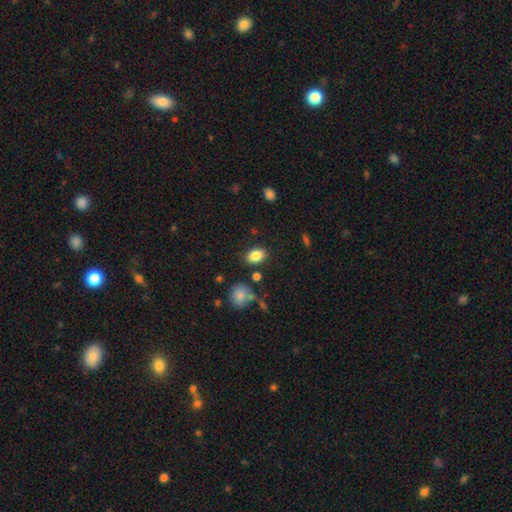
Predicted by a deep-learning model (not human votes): smooth_or_featured: smooth (p=0.84) [alt: star or artifact p=0.09]
how_rounded: in between (p=0.83) [alt: round p=0.16]
merging: none (p=0.81) [alt: minor disturbance p=0.12]